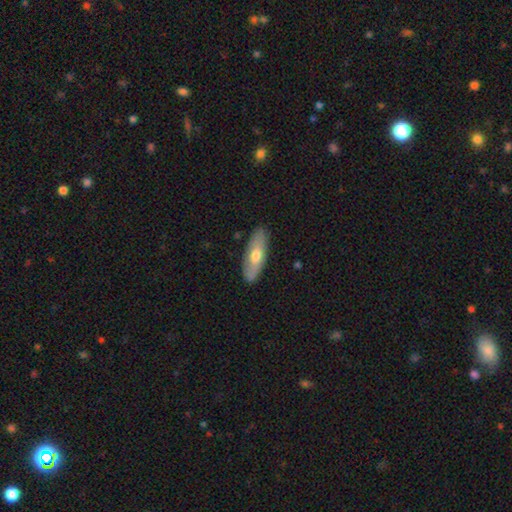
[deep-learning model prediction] A smooth galaxy with no disk features (59%) that is in between round and cigar-shaped (61%).

Vote fractions:
- Smooth or featured? smooth: 59% / featured or disk: 36% / star or artifact: 5%
- How rounded? in between: 61% / cigar-shaped: 37% / round: 2%
- Merging? none: 85% / minor disturbance: 11% / major disturbance: 2% / merger: 1%